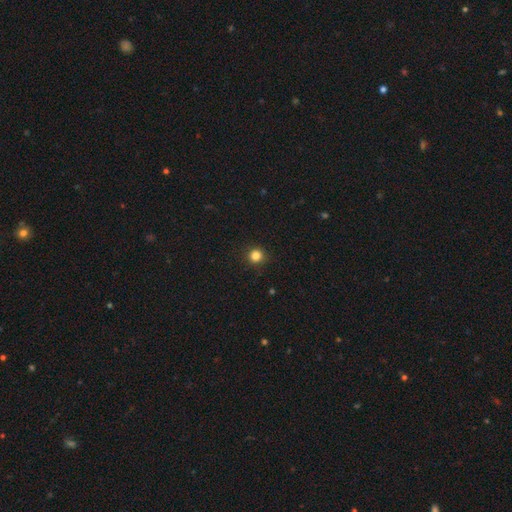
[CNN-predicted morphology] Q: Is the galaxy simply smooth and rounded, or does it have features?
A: smooth — 84%.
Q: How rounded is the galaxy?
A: round — 93%.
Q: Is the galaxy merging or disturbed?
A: none — 91%.